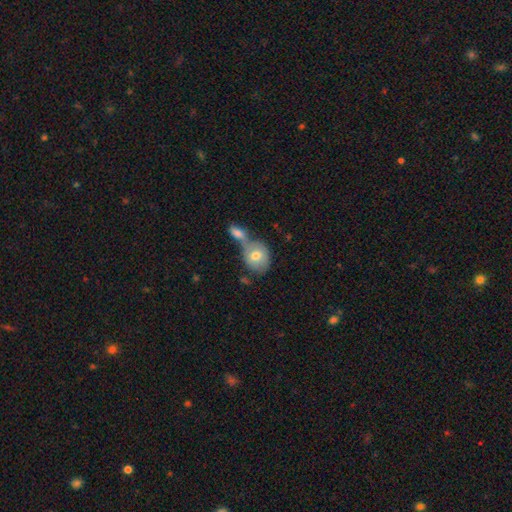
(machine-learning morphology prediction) smooth-or-featured: smooth: 72% | featured or disk: 21% | star or artifact: 7%
  how-rounded: round: 58% | in between: 41% | cigar-shaped: 1%
  merging: merger: 52% | none: 32% | minor disturbance: 11% | major disturbance: 5%